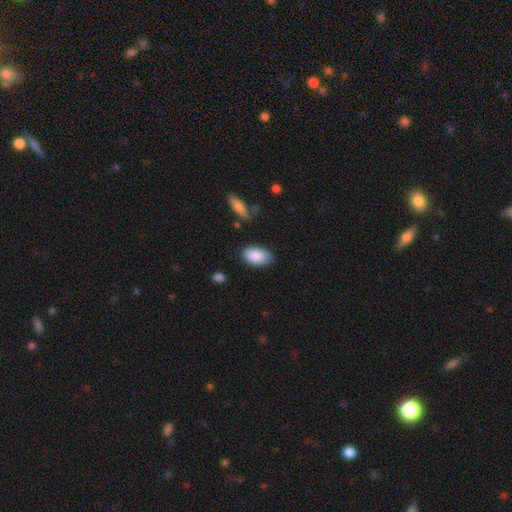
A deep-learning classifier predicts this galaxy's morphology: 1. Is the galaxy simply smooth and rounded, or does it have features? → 89% smooth, 6% star or artifact, 5% featured or disk.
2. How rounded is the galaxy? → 94% in between, 5% round, 2% cigar-shaped.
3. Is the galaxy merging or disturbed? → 82% none, 13% minor disturbance, 3% major disturbance, 2% merger.